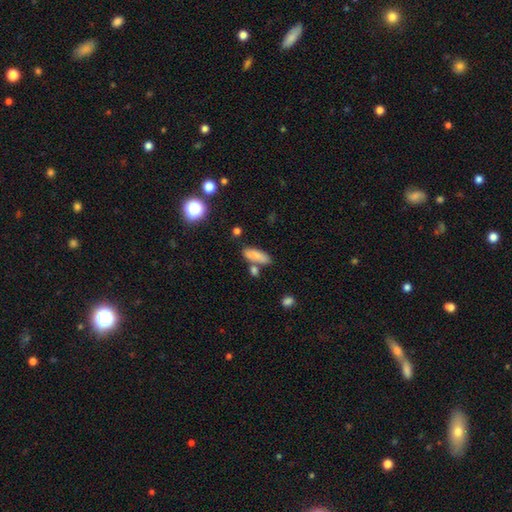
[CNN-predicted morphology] smooth 83%, featured or disk 9%, star or artifact 8%. Down the decision tree: how rounded — in between (64%); merging — none (68%).